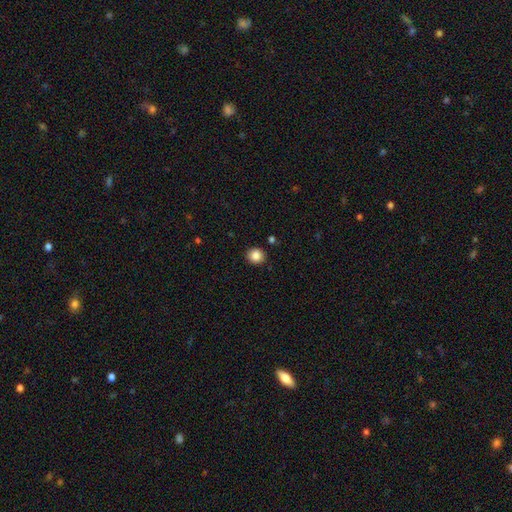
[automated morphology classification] Smooth or featured?
  - smooth: 86% *
  - star or artifact: 10%
  - featured or disk: 5%
How rounded?
  - round: 88% *
  - in between: 11%
  - cigar-shaped: 1%
Merging?
  - none: 90% *
  - minor disturbance: 6%
  - major disturbance: 2%
  - merger: 2%